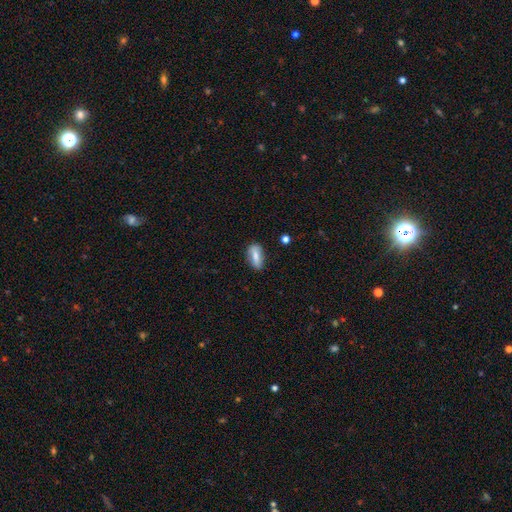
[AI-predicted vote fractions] Q: Smooth or featured?
A: smooth (67%); runner-up: featured or disk (25%)
Q: How rounded?
A: in between (78%); runner-up: cigar-shaped (18%)
Q: Merging?
A: none (77%); runner-up: minor disturbance (17%)